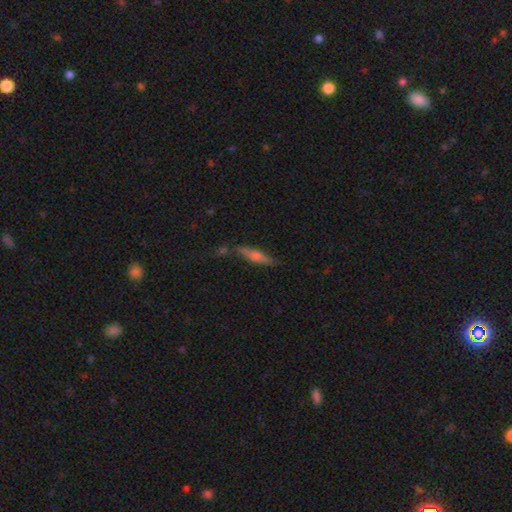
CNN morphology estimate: featured or disk 50%, smooth 41%, star or artifact 8%. Down the decision tree: edge-on disk — yes (93%); merging — none (76%).